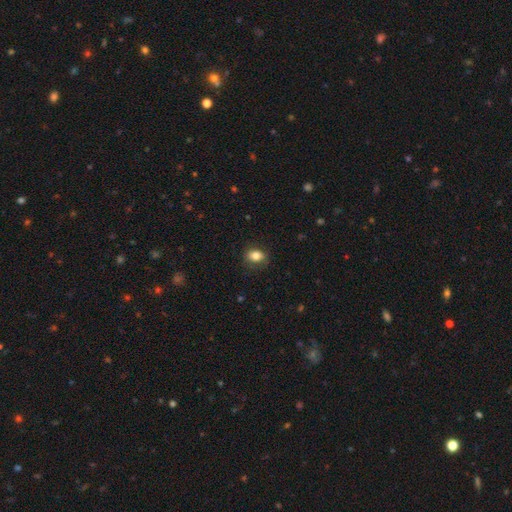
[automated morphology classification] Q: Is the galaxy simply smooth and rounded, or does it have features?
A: smooth — 82%.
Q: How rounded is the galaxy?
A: in between — 69%.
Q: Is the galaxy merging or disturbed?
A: none — 80%.